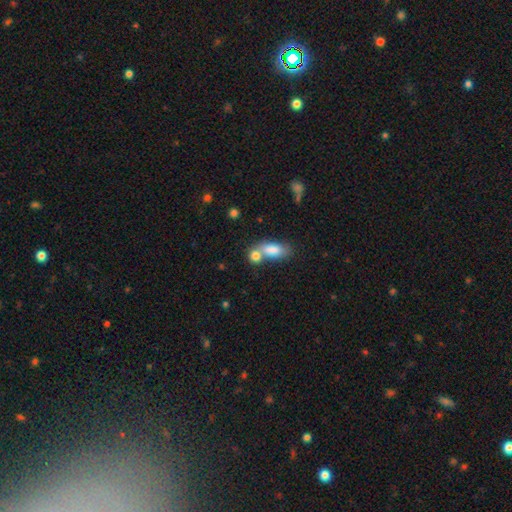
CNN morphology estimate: smooth-or-featured: smooth: 82% | featured or disk: 10% | star or artifact: 9%
  how-rounded: in between: 62% | round: 29% | cigar-shaped: 8%
  merging: merger: 50% | none: 37% | minor disturbance: 9% | major disturbance: 4%